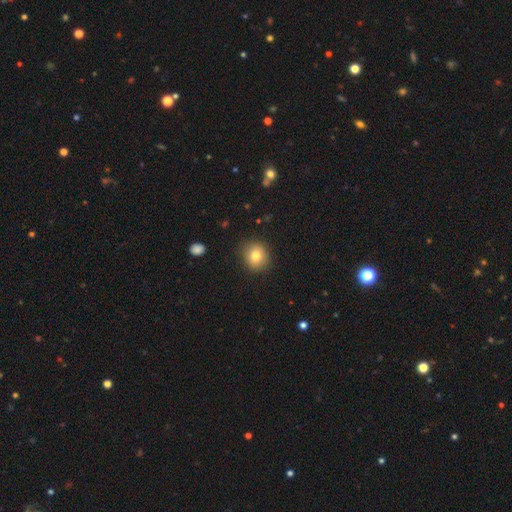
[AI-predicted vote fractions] A smooth galaxy with no disk features (79%) that is round (78%).

Vote fractions:
- Smooth or featured? smooth: 79% / star or artifact: 11% / featured or disk: 10%
- How rounded? round: 78% / in between: 21% / cigar-shaped: 1%
- Merging? none: 86% / minor disturbance: 10% / major disturbance: 3% / merger: 1%